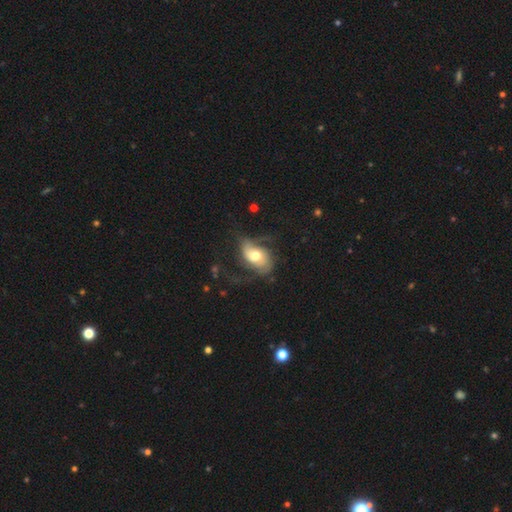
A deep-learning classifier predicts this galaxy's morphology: type=featured or disk (63%); edge-on=no (94%); bar=no (65%); spiral arms=yes (83%); bulge=moderate (69%); merging=none (47%).